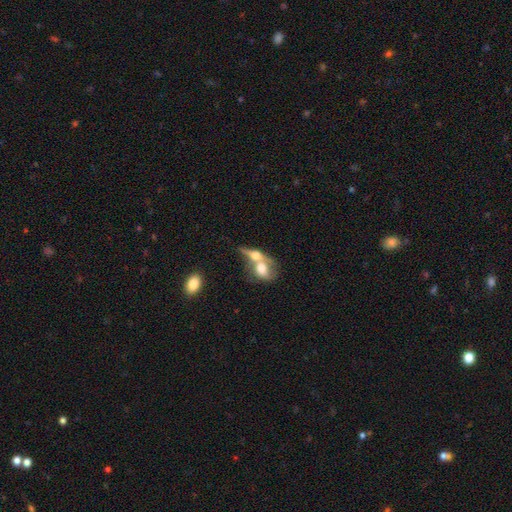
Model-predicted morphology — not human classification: smooth-or-featured: smooth: 55% | featured or disk: 37% | star or artifact: 8%
  how-rounded: in between: 61% | round: 26% | cigar-shaped: 12%
  merging: merger: 74% | none: 14% | major disturbance: 6% | minor disturbance: 6%